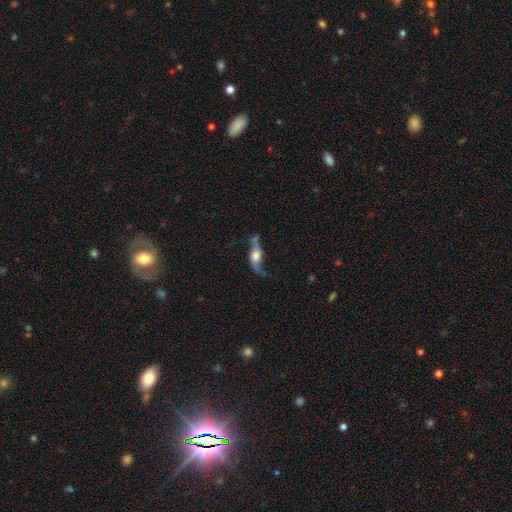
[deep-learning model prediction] featured or disk 66%, smooth 27%, star or artifact 8%. Down the decision tree: edge-on disk — no (59%); merging — none (45%).